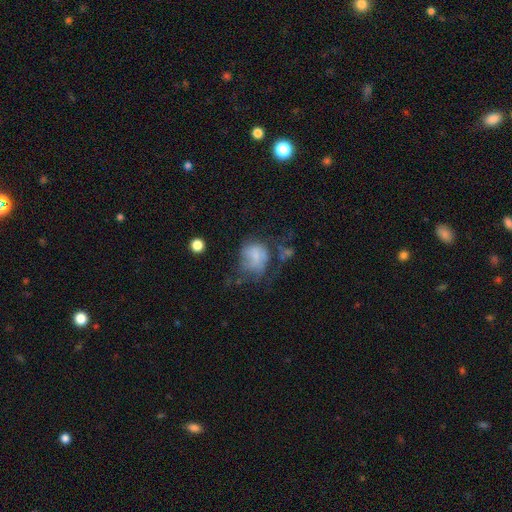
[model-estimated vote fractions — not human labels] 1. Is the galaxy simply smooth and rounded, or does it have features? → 49% smooth, 40% featured or disk, 12% star or artifact.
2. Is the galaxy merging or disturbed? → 42% major disturbance, 27% none, 22% minor disturbance, 9% merger.